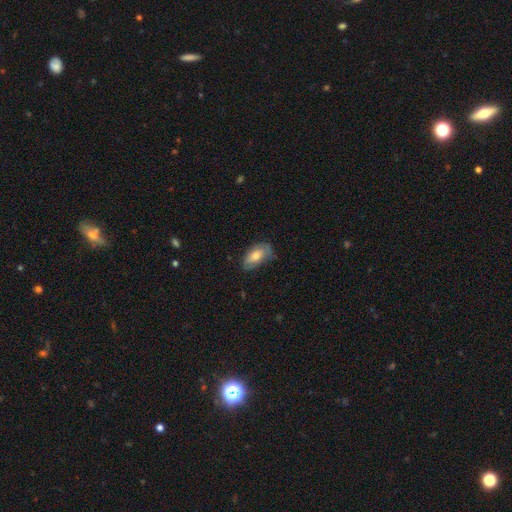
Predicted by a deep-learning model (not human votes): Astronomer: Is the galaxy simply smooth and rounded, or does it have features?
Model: smooth — 70%.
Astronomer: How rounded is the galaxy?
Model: in between — 92%.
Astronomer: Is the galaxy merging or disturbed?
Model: none — 62%.